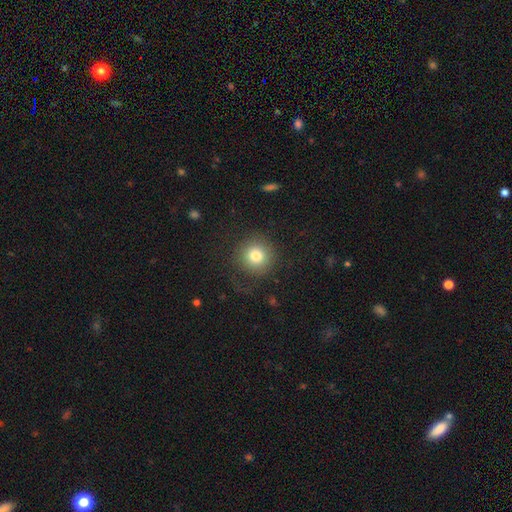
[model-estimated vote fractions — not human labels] smooth-or-featured: smooth: 78% | star or artifact: 11% | featured or disk: 11%
  how-rounded: round: 94% | in between: 5% | cigar-shaped: 1%
  merging: none: 79% | minor disturbance: 11% | major disturbance: 9% | merger: 1%